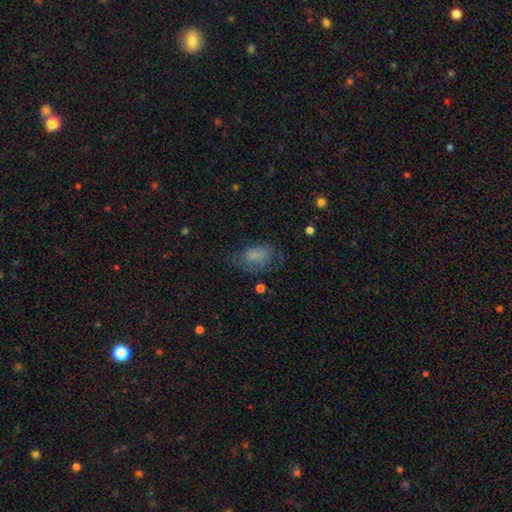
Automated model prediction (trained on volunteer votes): The model was most divided on "merging": none: 47%, minor disturbance: 27%, major disturbance: 24%, merger: 2%. More confident: how rounded — in between (86%); smooth or featured — smooth (69%).